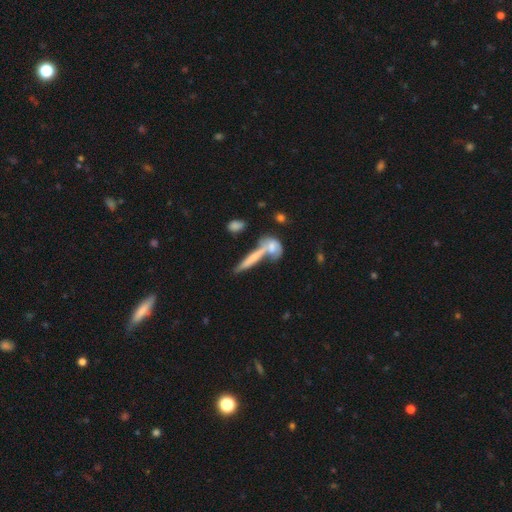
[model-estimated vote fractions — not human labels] This is possibly a smooth galaxy (47%). Merging: possibly none (47%).